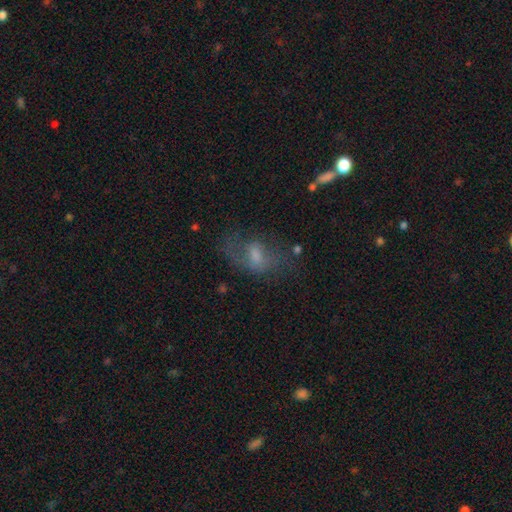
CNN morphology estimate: This appears to be a featured or disk galaxy (47%). Merging: none (58%).